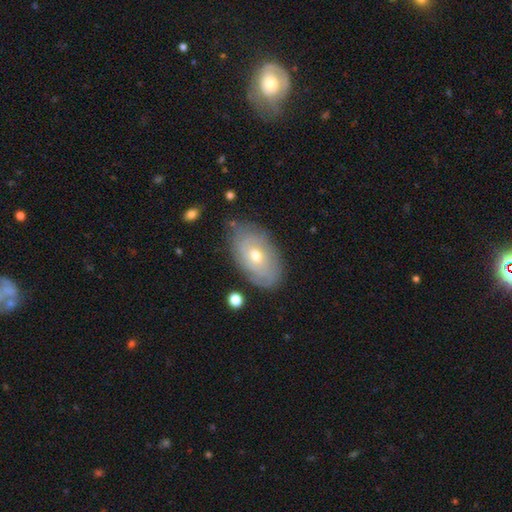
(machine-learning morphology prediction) The model was most divided on "smooth or featured": featured or disk: 55%, smooth: 37%, star or artifact: 8%. More confident: edge-on disk — no (91%); merging — none (77%).